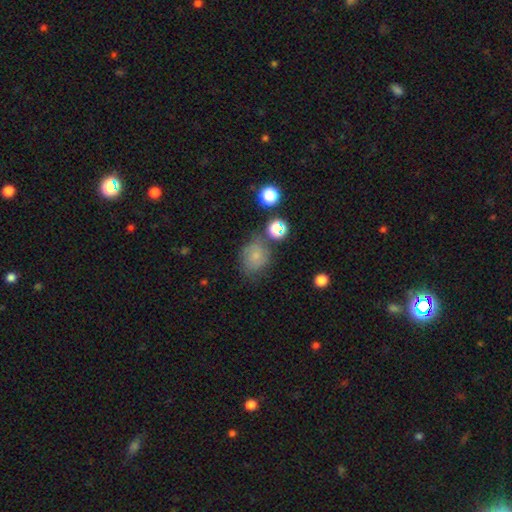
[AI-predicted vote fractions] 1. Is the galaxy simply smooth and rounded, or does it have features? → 72% smooth, 15% star or artifact, 13% featured or disk.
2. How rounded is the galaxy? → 57% round, 42% in between, 1% cigar-shaped.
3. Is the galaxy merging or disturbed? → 61% none, 22% minor disturbance, 9% merger, 9% major disturbance.